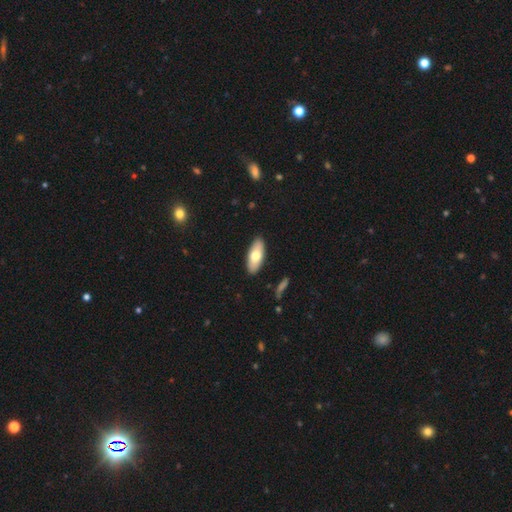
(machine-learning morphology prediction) Smooth or featured?
  - smooth: 71% *
  - featured or disk: 23%
  - star or artifact: 5%
How rounded?
  - in between: 81% *
  - cigar-shaped: 17%
  - round: 2%
Merging?
  - none: 89% *
  - minor disturbance: 8%
  - major disturbance: 2%
  - merger: 1%